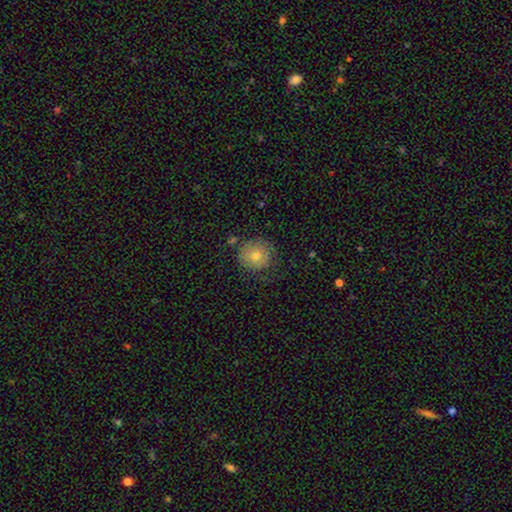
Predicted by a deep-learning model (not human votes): Smooth or featured? Predicted: smooth (p=0.70). How rounded? Predicted: round (p=0.88). Merging? Predicted: none (p=0.68).